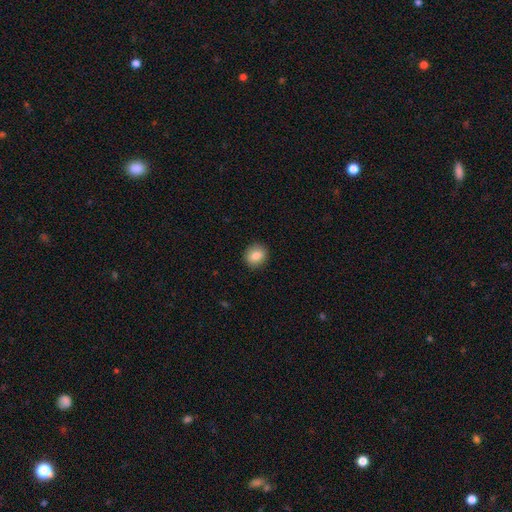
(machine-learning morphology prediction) Q: Smooth or featured?
A: smooth (84%); runner-up: star or artifact (8%)
Q: How rounded?
A: round (72%); runner-up: in between (27%)
Q: Merging?
A: none (90%); runner-up: minor disturbance (7%)